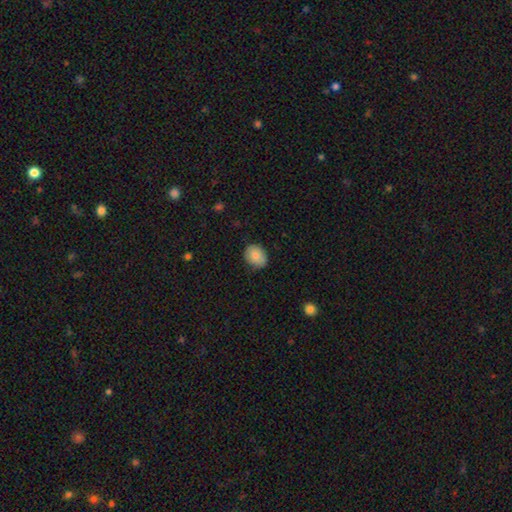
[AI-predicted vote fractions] Smooth or featured? smooth (86%)
How rounded? in between (57%)
Merging? none (81%)